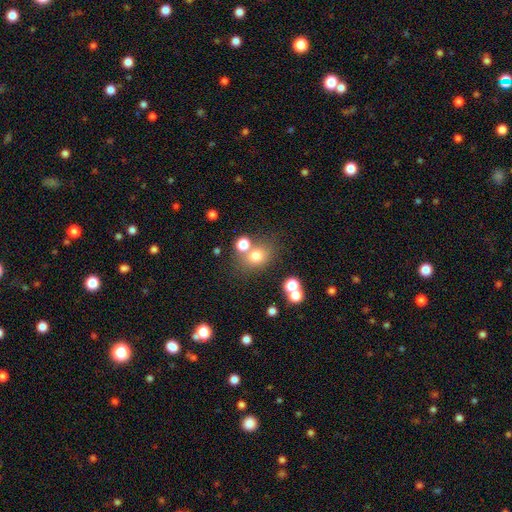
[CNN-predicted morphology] smooth_or_featured: smooth (p=0.73) [alt: star or artifact p=0.17]
how_rounded: round (p=0.63) [alt: in between p=0.36]
merging: none (p=0.64) [alt: merger p=0.19]